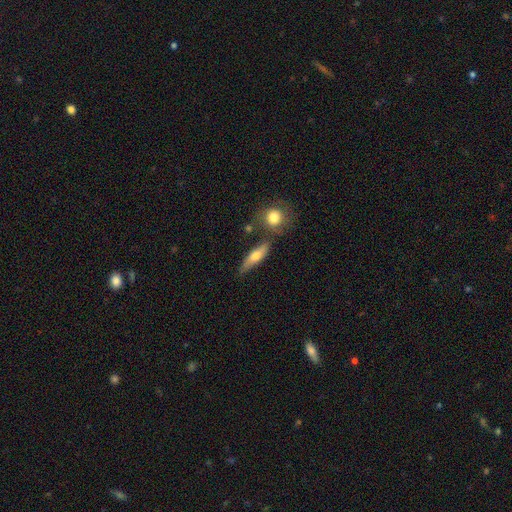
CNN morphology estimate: Smooth or featured: smooth — 61% (featured or disk — 32%)
How rounded: cigar-shaped — 55% (in between — 40%)
Merging: none — 67% (minor disturbance — 17%)